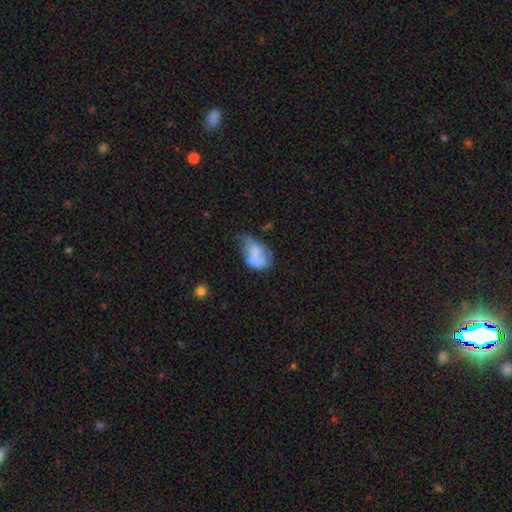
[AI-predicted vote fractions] Q: Smooth or featured?
A: smooth (65%); runner-up: featured or disk (25%)
Q: How rounded?
A: in between (84%); runner-up: round (14%)
Q: Merging?
A: minor disturbance (35%); runner-up: major disturbance (32%)